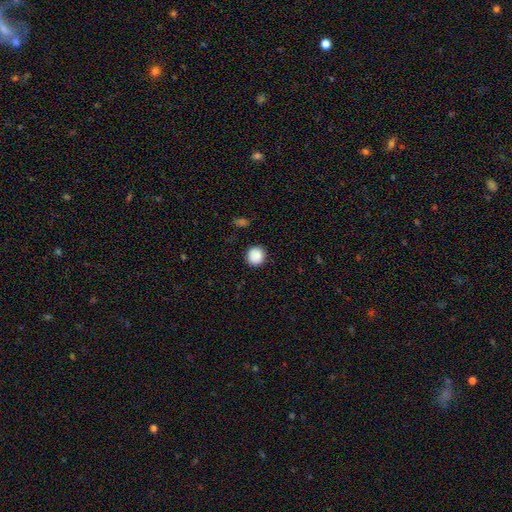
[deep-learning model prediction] This appears to be a smooth galaxy with no disk features (88%) that is round (92%). Merging: none (90%).